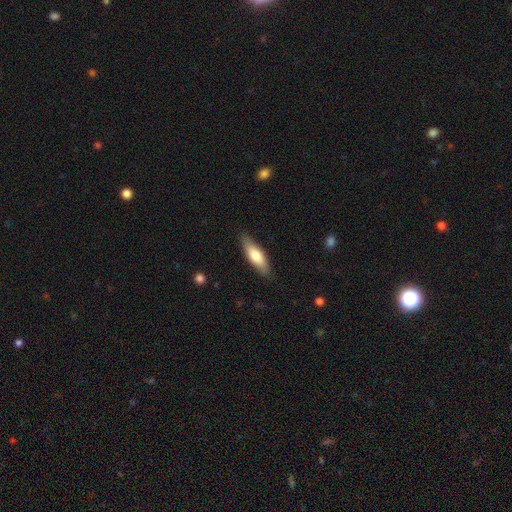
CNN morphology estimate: A smooth galaxy with no disk features (69%) that is cigar-shaped (51%). Merging: none (85%).